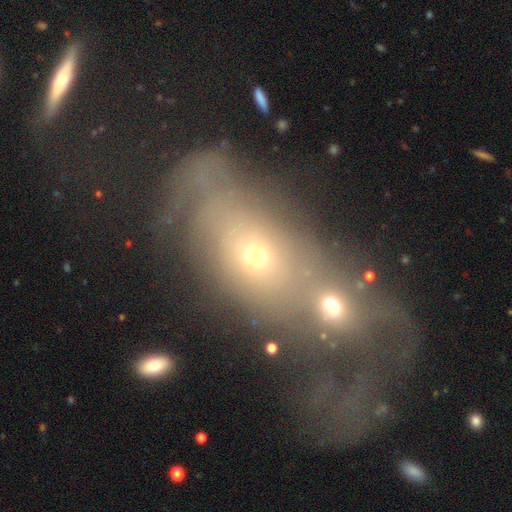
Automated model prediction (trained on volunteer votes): A smooth galaxy with no disk features (56%) that is in between round and cigar-shaped (68%). Merging: merger (57%).